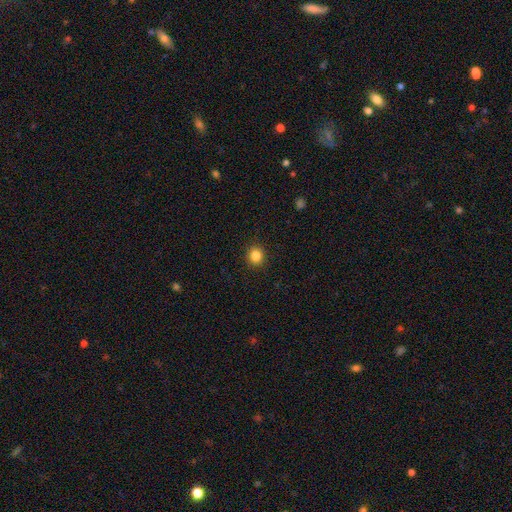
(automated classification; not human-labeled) Morphology: type=smooth (85%); roundness=round (87%); merging=none (92%).